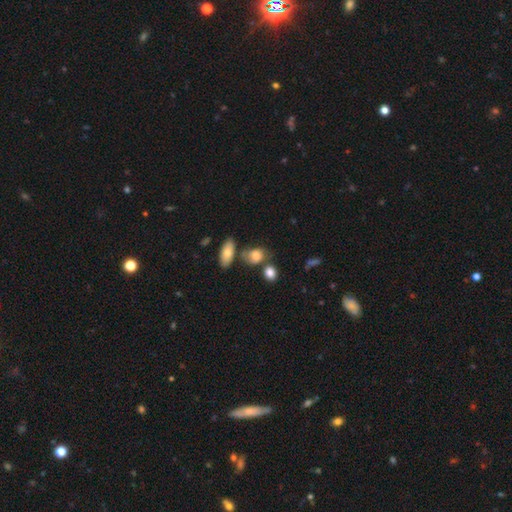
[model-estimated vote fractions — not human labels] A smooth galaxy with no disk features (78%) that is in between round and cigar-shaped (58%).

Vote fractions:
- Smooth or featured? smooth: 78% / featured or disk: 13% / star or artifact: 9%
- How rounded? in between: 58% / round: 40% / cigar-shaped: 2%
- Merging? none: 50% / merger: 22% / minor disturbance: 19% / major disturbance: 8%